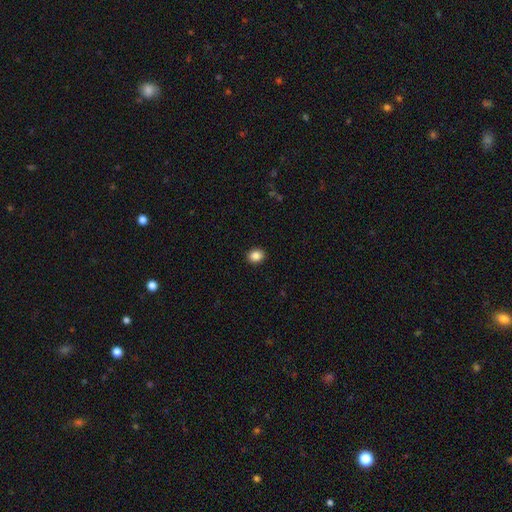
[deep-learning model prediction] smooth-or-featured: smooth: 87% | star or artifact: 9% | featured or disk: 4%
  how-rounded: round: 58% | in between: 41% | cigar-shaped: 1%
  merging: none: 92% | minor disturbance: 5% | major disturbance: 2% | merger: 1%